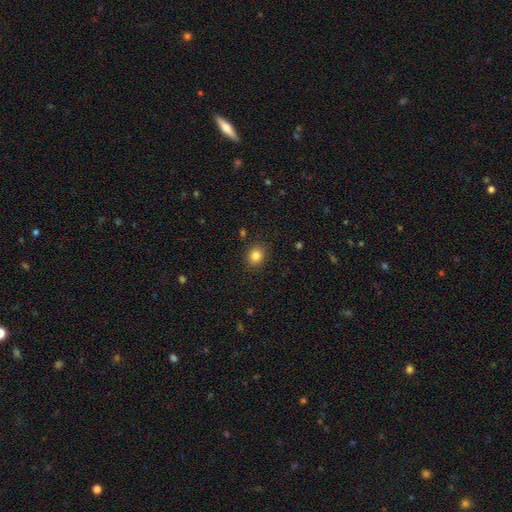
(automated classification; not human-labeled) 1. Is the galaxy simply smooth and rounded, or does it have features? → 85% smooth, 10% star or artifact, 5% featured or disk.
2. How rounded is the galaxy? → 61% round, 38% in between, 1% cigar-shaped.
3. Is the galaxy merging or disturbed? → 88% none, 8% minor disturbance, 3% major disturbance, 1% merger.